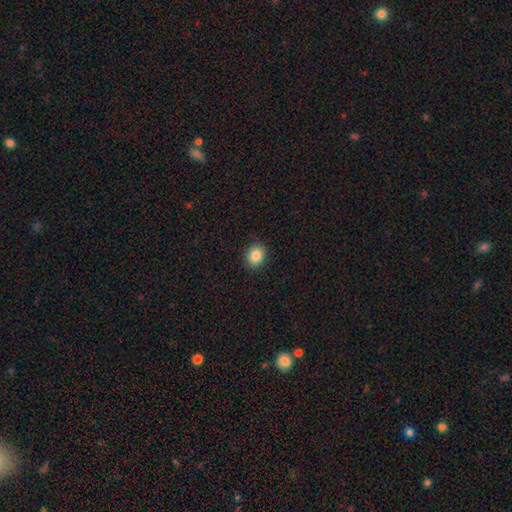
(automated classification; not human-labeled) The model was most divided on "how rounded": round: 66%, in between: 33%, cigar-shaped: 1%. More confident: merging — none (91%); smooth or featured — smooth (85%).